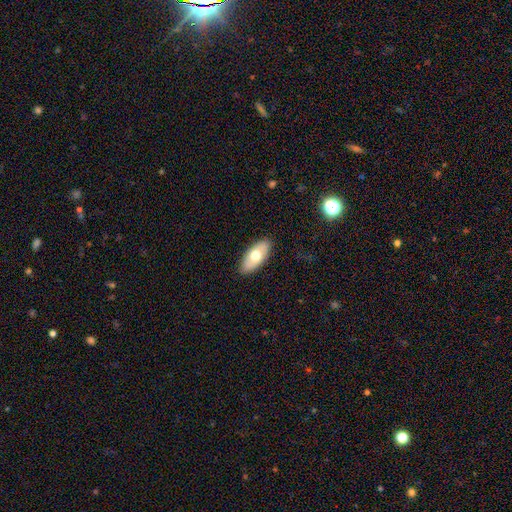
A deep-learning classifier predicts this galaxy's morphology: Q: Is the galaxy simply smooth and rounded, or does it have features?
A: smooth — 63%.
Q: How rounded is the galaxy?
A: in between — 89%.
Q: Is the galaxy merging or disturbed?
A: none — 88%.